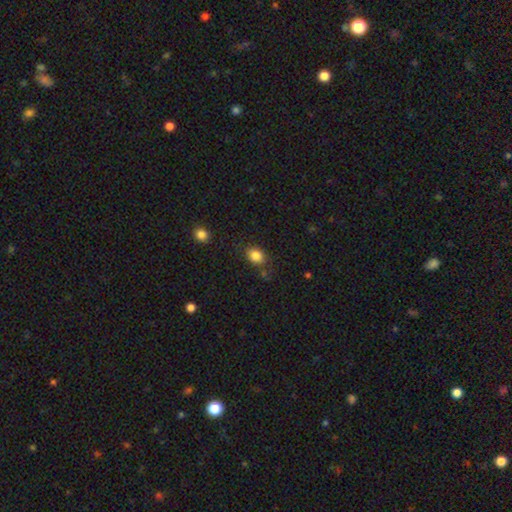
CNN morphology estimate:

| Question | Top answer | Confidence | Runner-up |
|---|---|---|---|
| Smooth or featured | smooth | 85% | star or artifact (10%) |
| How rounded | in between | 56% | round (43%) |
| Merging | none | 79% | minor disturbance (14%) |